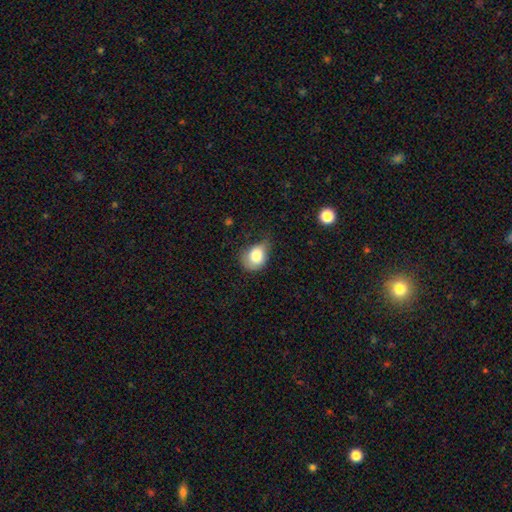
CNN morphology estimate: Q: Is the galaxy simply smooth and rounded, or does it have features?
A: smooth — 80%.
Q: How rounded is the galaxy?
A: in between — 56%.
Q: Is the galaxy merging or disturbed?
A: minor disturbance — 45%.